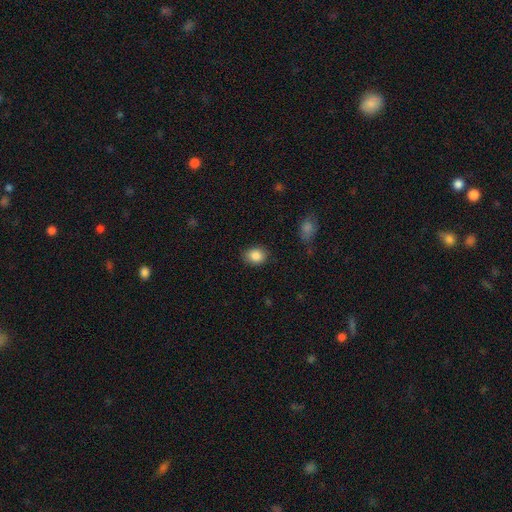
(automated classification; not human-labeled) Smooth or featured? smooth (87%)
How rounded? round (55%)
Merging? none (85%)